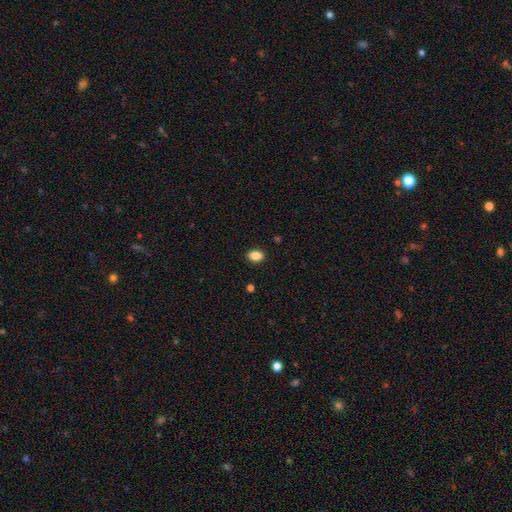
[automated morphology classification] A smooth galaxy with no disk features (87%) that is in between round and cigar-shaped (79%). Merging: none (89%).